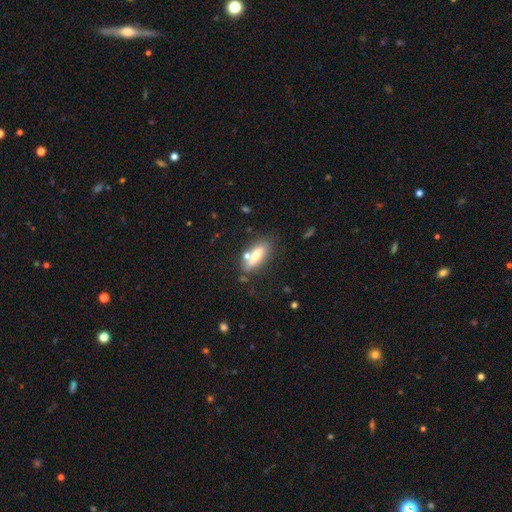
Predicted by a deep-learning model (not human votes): Smooth or featured? Predicted: smooth (p=0.64). How rounded? Predicted: in between (p=0.67). Merging? Predicted: none (p=0.64).